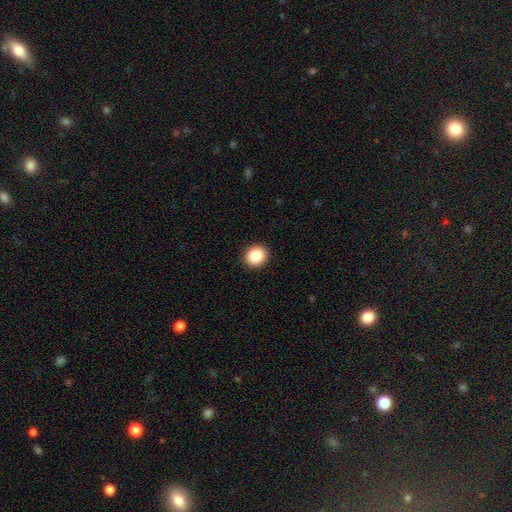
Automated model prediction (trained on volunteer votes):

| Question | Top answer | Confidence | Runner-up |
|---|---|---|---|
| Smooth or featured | smooth | 86% | star or artifact (9%) |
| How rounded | round | 77% | in between (22%) |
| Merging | none | 92% | minor disturbance (5%) |